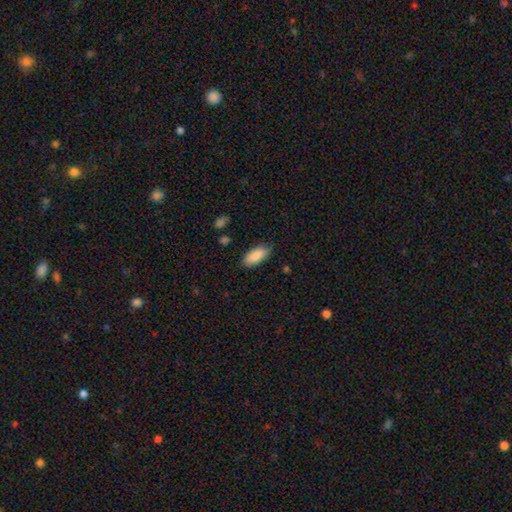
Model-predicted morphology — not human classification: A smooth galaxy with no disk features (88%) that is in between round and cigar-shaped (86%).

Vote fractions:
- Smooth or featured? smooth: 88% / star or artifact: 6% / featured or disk: 6%
- How rounded? in between: 86% / cigar-shaped: 12% / round: 2%
- Merging? none: 83% / minor disturbance: 13% / major disturbance: 3% / merger: 1%